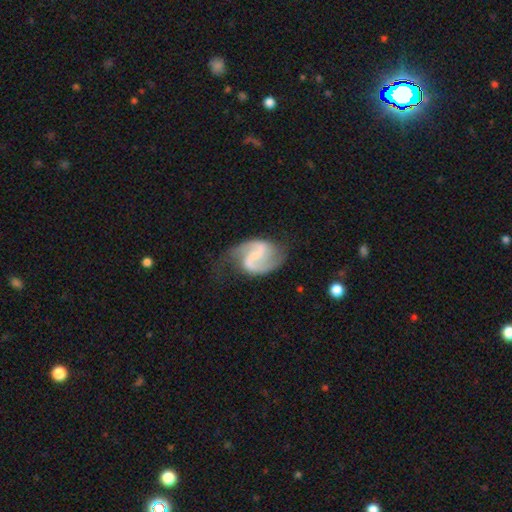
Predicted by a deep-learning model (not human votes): Morphology: type=featured or disk (88%); edge-on=no (98%); bar=weak (48%); spiral arms=yes (97%); winding=medium (50%); arm count=2 (92%); bulge=small (46%); merging=none (64%).